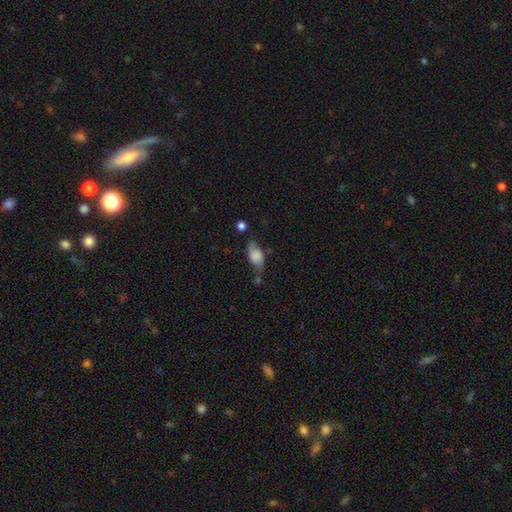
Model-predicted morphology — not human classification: smooth_or_featured: smooth (p=0.67) [alt: featured or disk p=0.24]
how_rounded: in between (p=0.84) [alt: cigar-shaped p=0.09]
merging: none (p=0.46) [alt: minor disturbance p=0.30]